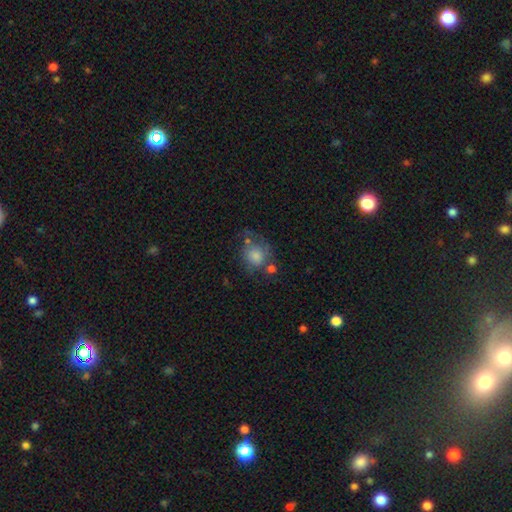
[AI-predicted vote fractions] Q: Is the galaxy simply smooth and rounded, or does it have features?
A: smooth — 71%.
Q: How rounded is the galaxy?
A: round — 70%.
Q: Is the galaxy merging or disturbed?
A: none — 42%.